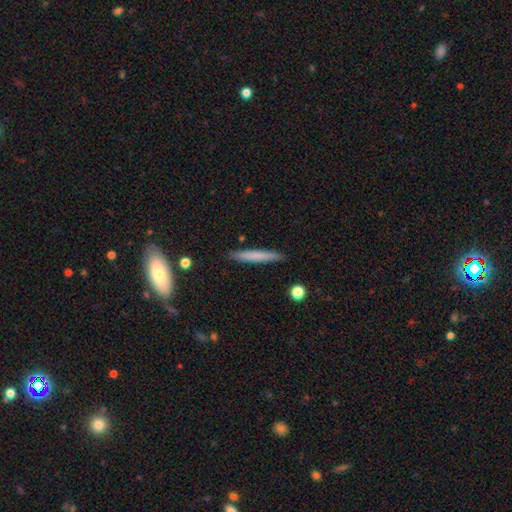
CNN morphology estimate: Smooth or featured? Predicted: smooth (p=0.70). How rounded? Predicted: cigar-shaped (p=0.95). Merging? Predicted: none (p=0.89).